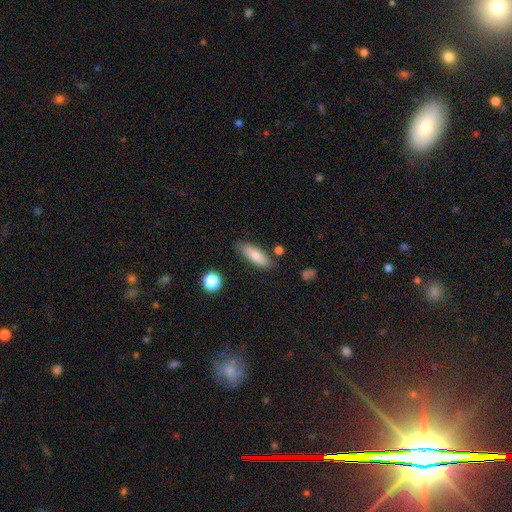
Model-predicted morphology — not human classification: Q: Smooth or featured?
A: smooth (80%); runner-up: featured or disk (13%)
Q: How rounded?
A: in between (63%); runner-up: cigar-shaped (34%)
Q: Merging?
A: none (80%); runner-up: minor disturbance (13%)